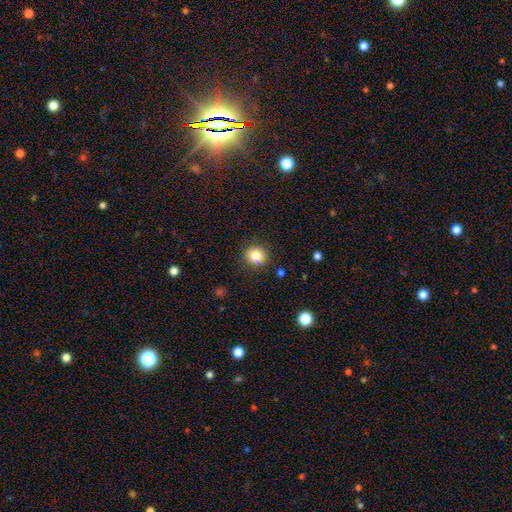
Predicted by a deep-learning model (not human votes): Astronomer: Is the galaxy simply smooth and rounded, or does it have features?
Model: smooth — 82%.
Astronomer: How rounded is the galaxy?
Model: round — 83%.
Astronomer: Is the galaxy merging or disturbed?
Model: none — 86%.